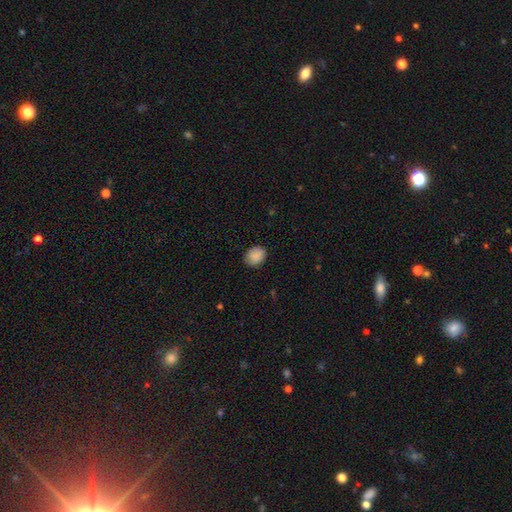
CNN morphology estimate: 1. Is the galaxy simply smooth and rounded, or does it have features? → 88% smooth, 7% star or artifact, 5% featured or disk.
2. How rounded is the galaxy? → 58% round, 41% in between, 1% cigar-shaped.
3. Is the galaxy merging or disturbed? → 85% none, 12% minor disturbance, 2% major disturbance, 1% merger.